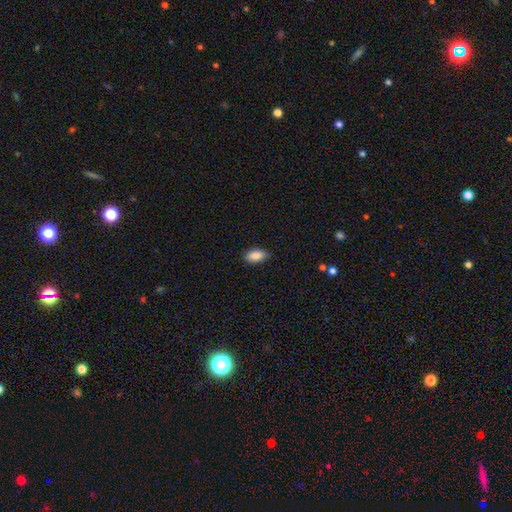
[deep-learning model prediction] Smooth or featured? Predicted: smooth (p=0.88). How rounded? Predicted: in between (p=0.90). Merging? Predicted: none (p=0.81).